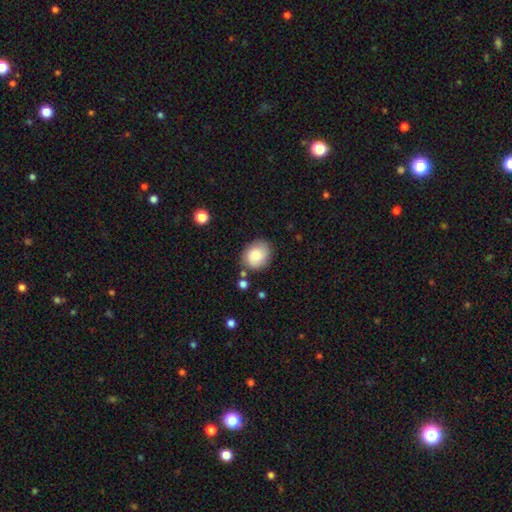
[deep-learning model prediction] This is likely a smooth galaxy (76%). How rounded: possibly round (59%). Merging: likely none (78%).